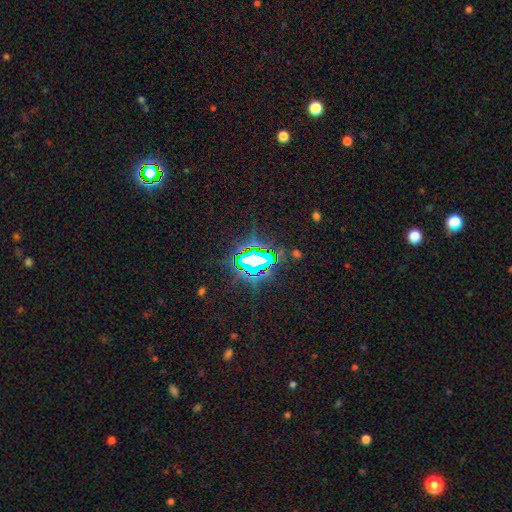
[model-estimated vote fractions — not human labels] Q: Smooth or featured?
A: star or artifact (80%); runner-up: smooth (11%)